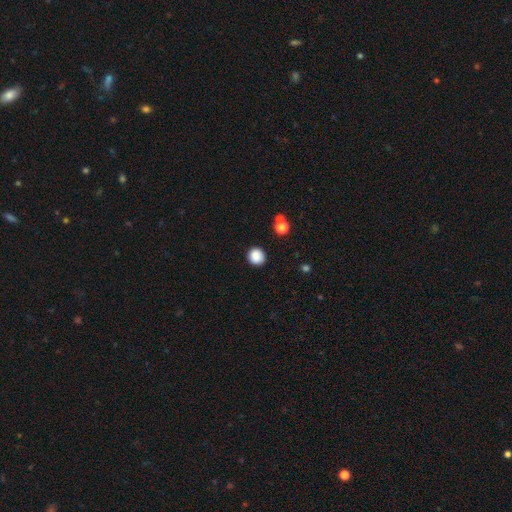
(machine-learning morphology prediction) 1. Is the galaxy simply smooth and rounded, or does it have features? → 86% smooth, 9% star or artifact, 5% featured or disk.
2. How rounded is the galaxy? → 91% round, 8% in between, 1% cigar-shaped.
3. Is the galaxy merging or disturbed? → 89% none, 7% minor disturbance, 2% major disturbance, 2% merger.